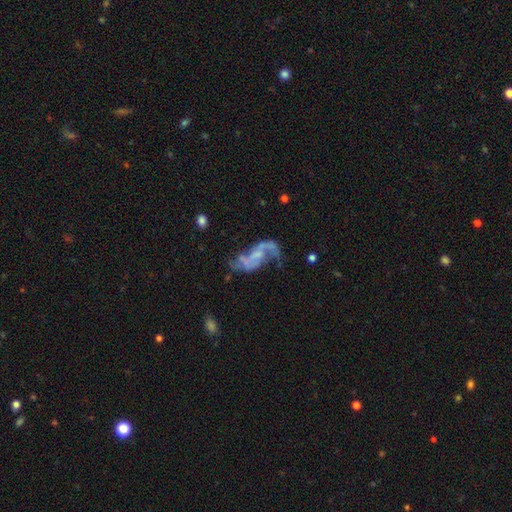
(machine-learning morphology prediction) The model was most divided on "bulge size": small: 42%, none: 39%, moderate: 16%, large: 2%, dominant: 1%. Remaining: edge-on disk — no (95%); spiral arms — yes (81%); smooth or featured — featured or disk (78%); spiral arm count — 2 (77%); spiral winding — loose (69%); bar — no (52%); merging — none (41%).